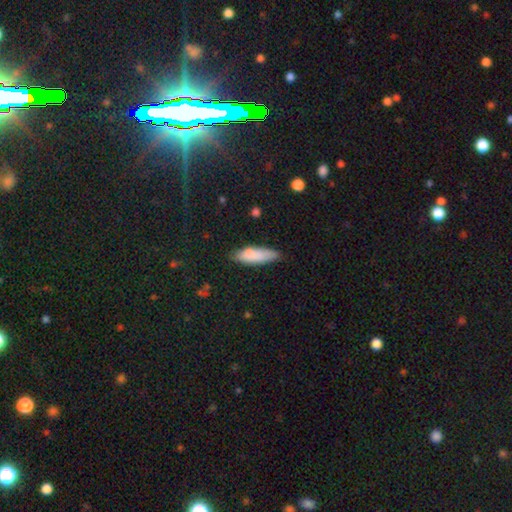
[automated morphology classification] Smooth or featured: smooth — 82% (featured or disk — 12%)
How rounded: cigar-shaped — 50% (in between — 48%)
Merging: none — 73% (minor disturbance — 21%)